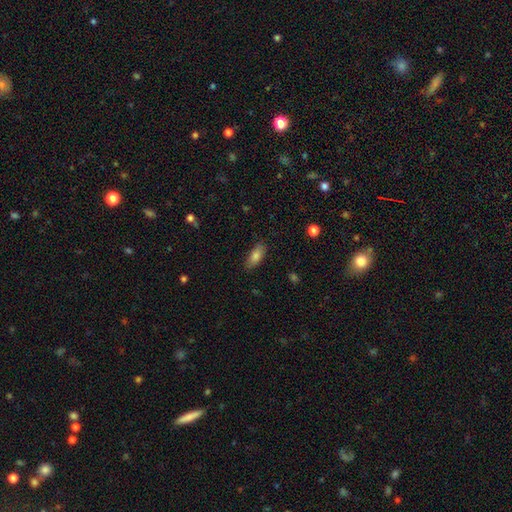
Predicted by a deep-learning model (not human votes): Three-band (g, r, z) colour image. It shows a smooth galaxy with no disk features (81%) that is in between round and cigar-shaped (78%). Merging: none (85%).